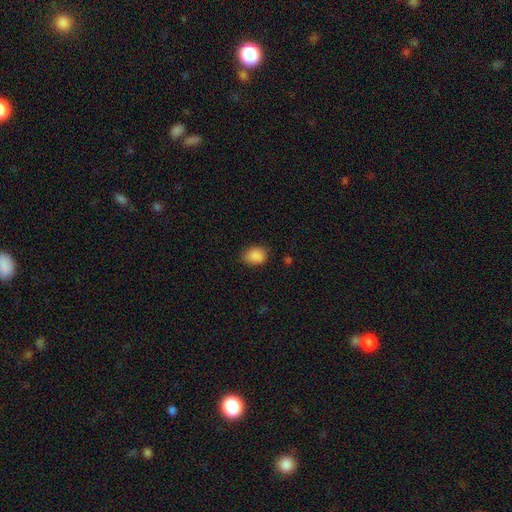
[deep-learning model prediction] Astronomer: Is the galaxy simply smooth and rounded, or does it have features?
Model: smooth — 88%.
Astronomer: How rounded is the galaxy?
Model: in between — 64%.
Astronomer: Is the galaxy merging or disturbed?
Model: none — 80%.